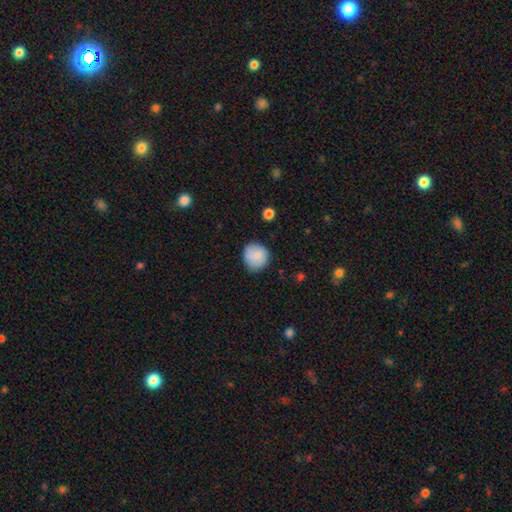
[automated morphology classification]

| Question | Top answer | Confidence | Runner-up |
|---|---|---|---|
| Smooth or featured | smooth | 80% | featured or disk (12%) |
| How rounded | round | 88% | in between (11%) |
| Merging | none | 79% | minor disturbance (17%) |